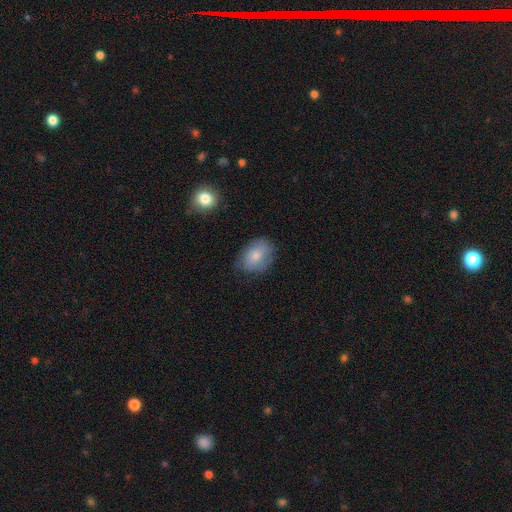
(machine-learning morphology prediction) Overall: smooth (76%). How rounded: in between (71%). Merging: none (67%).